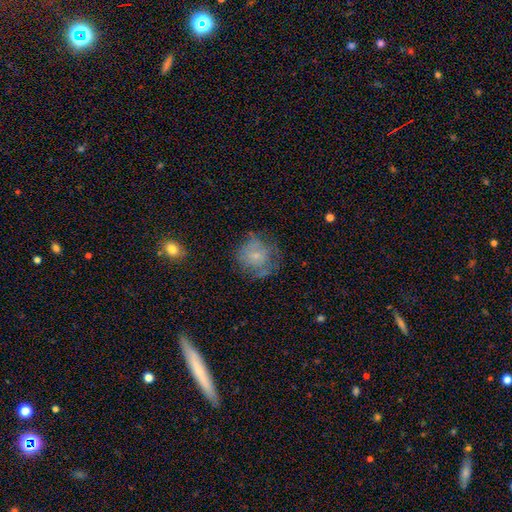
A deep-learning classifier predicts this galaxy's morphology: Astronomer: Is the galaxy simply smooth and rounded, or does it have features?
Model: smooth — 58%.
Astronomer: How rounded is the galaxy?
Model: round — 83%.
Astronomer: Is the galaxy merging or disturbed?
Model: none — 56%.